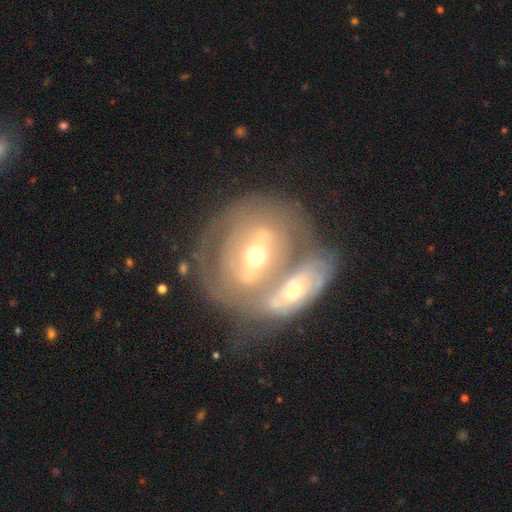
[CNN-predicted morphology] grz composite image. It shows a featured or disk galaxy (69%) with a strong bar (44%), spiral arms (56%) and a moderate central bulge (68%). Merging: merger (59%).